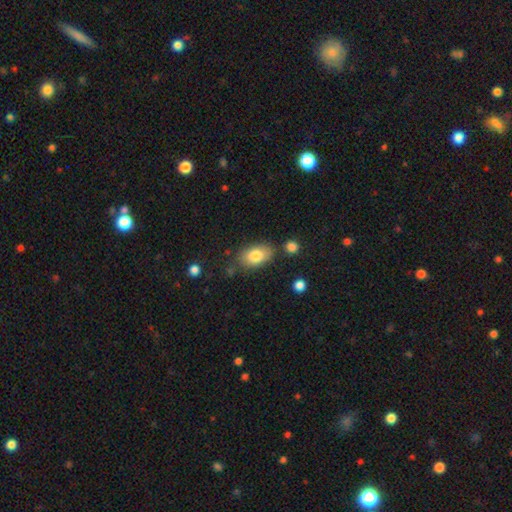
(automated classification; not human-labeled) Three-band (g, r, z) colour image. It shows a smooth galaxy with no disk features (81%) that is in between round and cigar-shaped (90%). Merging: none (73%).